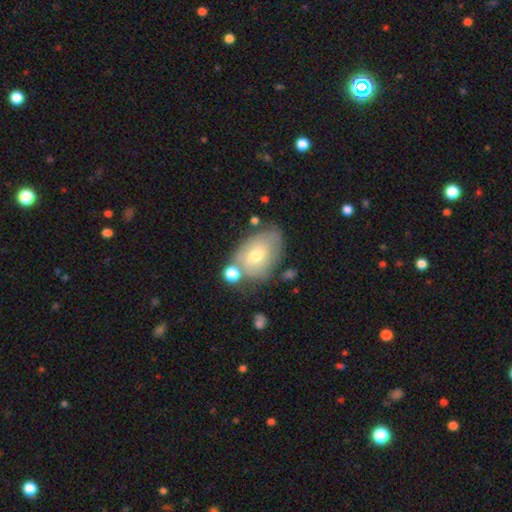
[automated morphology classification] The model was most divided on "smooth or featured": smooth: 52%, featured or disk: 40%, star or artifact: 8%. More confident: how rounded — in between (79%); merging — none (51%).